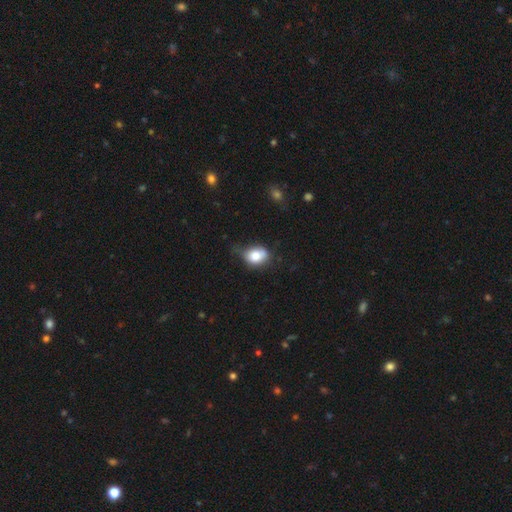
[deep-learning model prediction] smooth 79%, featured or disk 12%, star or artifact 9%. Down the decision tree: how rounded — in between (58%); merging — minor disturbance (42%).